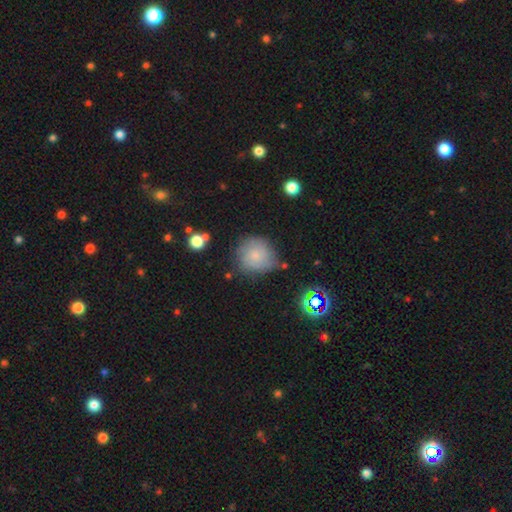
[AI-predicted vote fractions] This is possibly a smooth galaxy (59%). How rounded: clearly round (88%). Merging: likely none (64%).